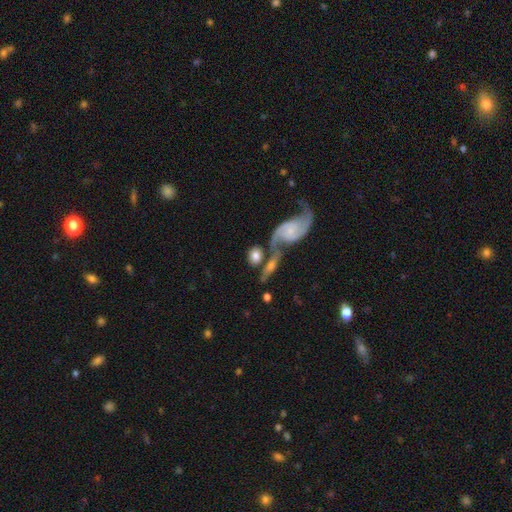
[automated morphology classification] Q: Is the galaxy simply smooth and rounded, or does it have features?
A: smooth — 57%.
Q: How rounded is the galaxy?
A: in between — 64%.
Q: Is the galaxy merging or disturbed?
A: merger — 42%.